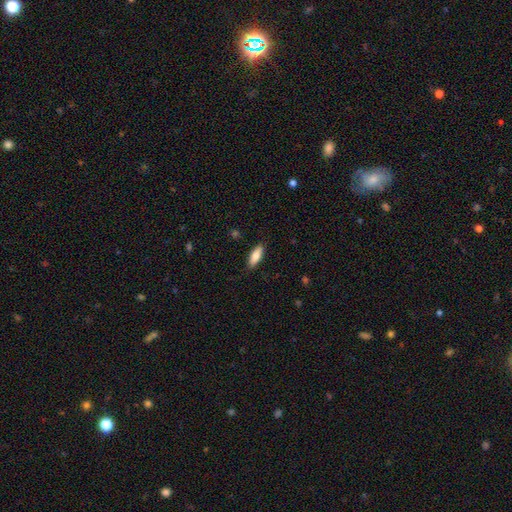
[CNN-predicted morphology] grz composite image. It shows a smooth galaxy with no disk features (83%) that is in between round and cigar-shaped (68%). Merging: none (87%).